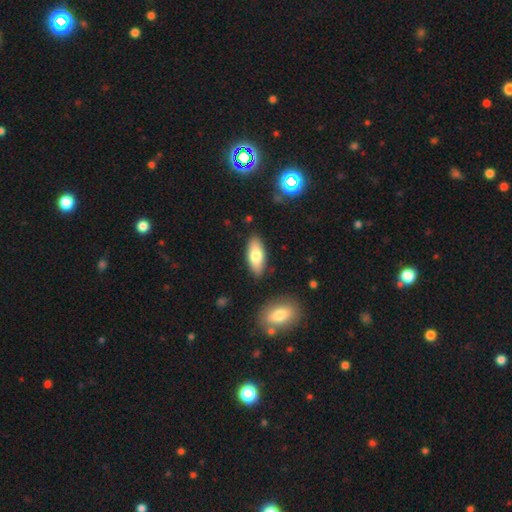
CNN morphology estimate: Smooth or featured? smooth (73%)
How rounded? in between (80%)
Merging? none (86%)